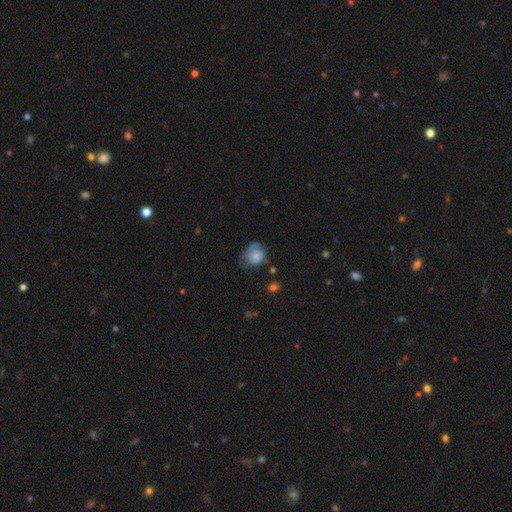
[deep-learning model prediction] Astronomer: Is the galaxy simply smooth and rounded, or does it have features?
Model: smooth — 69%.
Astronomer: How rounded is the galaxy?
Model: round — 55% (runner-up: in between, 44%).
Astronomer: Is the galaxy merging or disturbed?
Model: none — 44% (runner-up: minor disturbance, 33%).